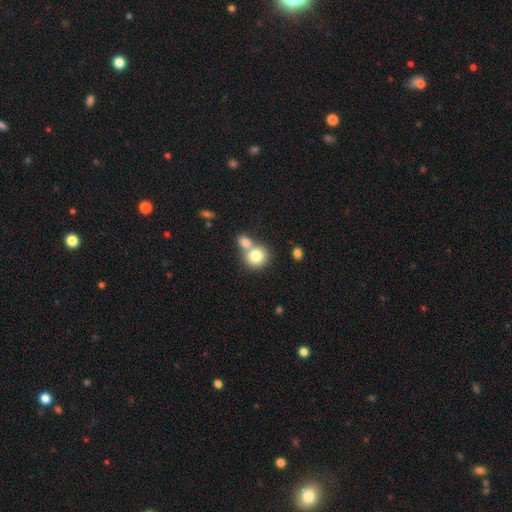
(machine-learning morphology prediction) Q: Smooth or featured?
A: smooth (78%); runner-up: featured or disk (13%)
Q: How rounded?
A: round (80%); runner-up: in between (19%)
Q: Merging?
A: merger (53%); runner-up: none (37%)